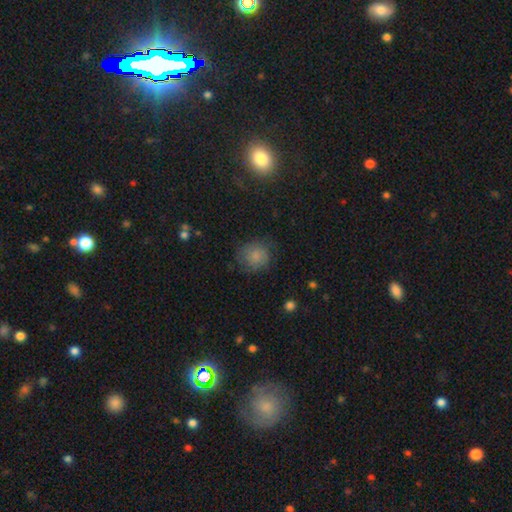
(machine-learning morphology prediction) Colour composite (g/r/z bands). It shows a smooth galaxy with no disk features (69%) that is round (84%). Merging: none (71%).